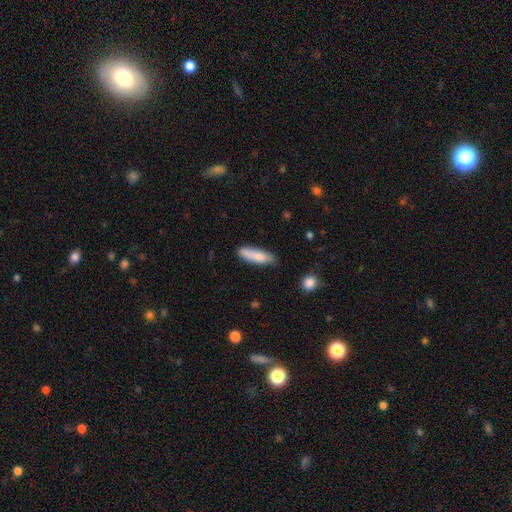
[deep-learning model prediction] Smooth or featured?
  - smooth: 81% *
  - featured or disk: 13%
  - star or artifact: 6%
How rounded?
  - cigar-shaped: 62% *
  - in between: 36%
  - round: 2%
Merging?
  - none: 77% *
  - minor disturbance: 17%
  - merger: 3%
  - major disturbance: 3%